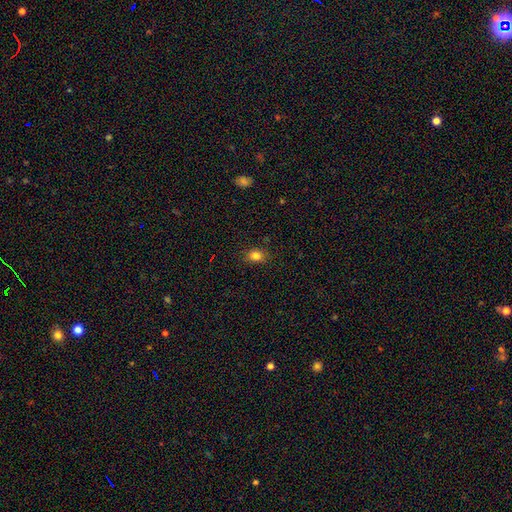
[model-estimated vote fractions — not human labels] Smooth or featured?
  - smooth: 83% *
  - star or artifact: 12%
  - featured or disk: 6%
How rounded?
  - in between: 63% *
  - round: 36%
  - cigar-shaped: 1%
Merging?
  - none: 86% *
  - minor disturbance: 11%
  - major disturbance: 3%
  - merger: 1%